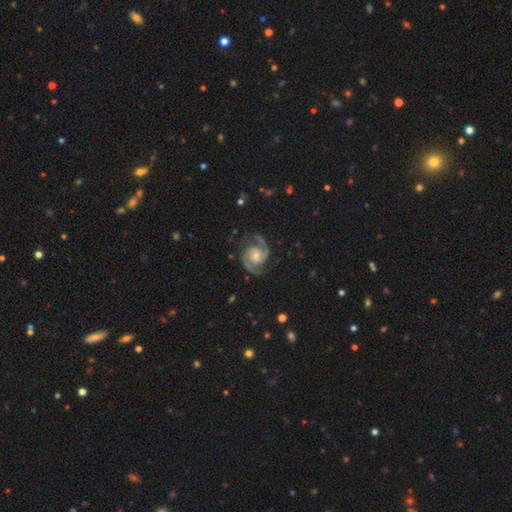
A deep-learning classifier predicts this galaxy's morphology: Smooth or featured? Predicted: featured or disk (p=0.92). Edge-on disk? Predicted: no (p=0.98). Bar? Predicted: no (p=0.62). Spiral arms? Predicted: yes (p=0.99). Spiral winding? Predicted: medium (p=0.55). Spiral arm count? Predicted: 2 (p=0.94). Bulge size? Predicted: moderate (p=0.45). Merging? Predicted: none (p=0.81).